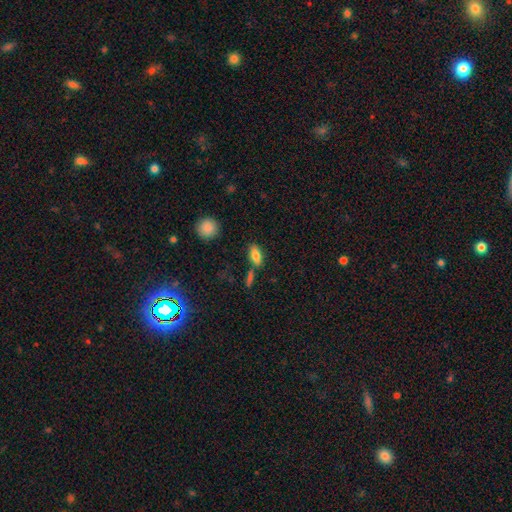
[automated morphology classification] type=smooth (79%); roundness=in between (82%); merging=none (71%).